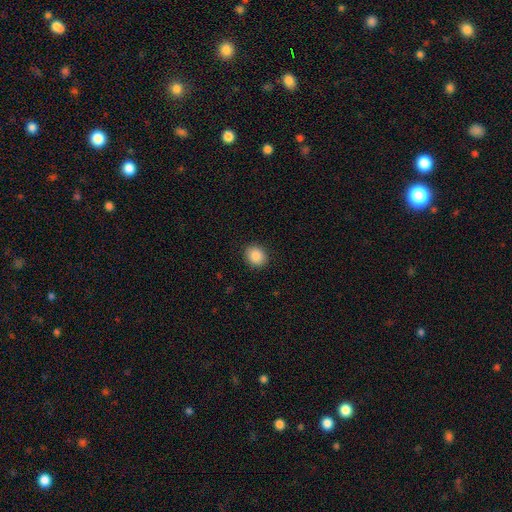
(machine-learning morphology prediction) smooth 87%, star or artifact 9%, featured or disk 4%. Down the decision tree: how rounded — round (63%); merging — none (90%).